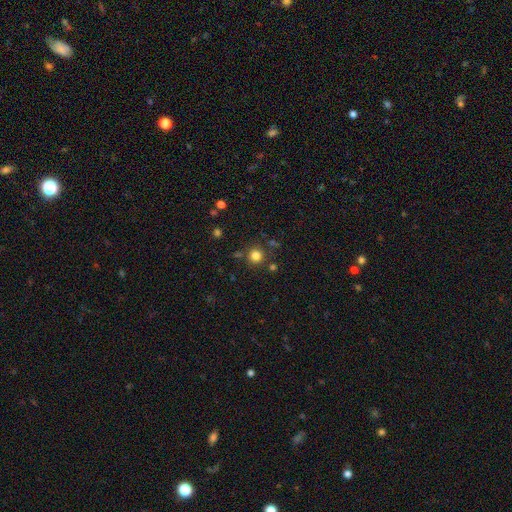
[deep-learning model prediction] Q: Smooth or featured?
A: smooth (80%); runner-up: star or artifact (15%)
Q: How rounded?
A: round (94%); runner-up: in between (5%)
Q: Merging?
A: none (83%); runner-up: minor disturbance (8%)